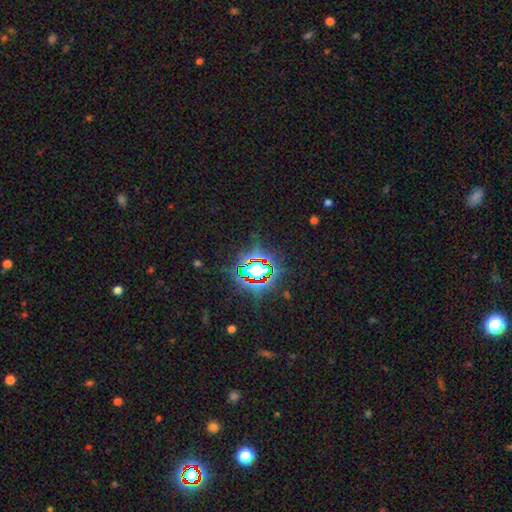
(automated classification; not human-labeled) smooth-or-featured: star or artifact: 80% | smooth: 12% | featured or disk: 8%